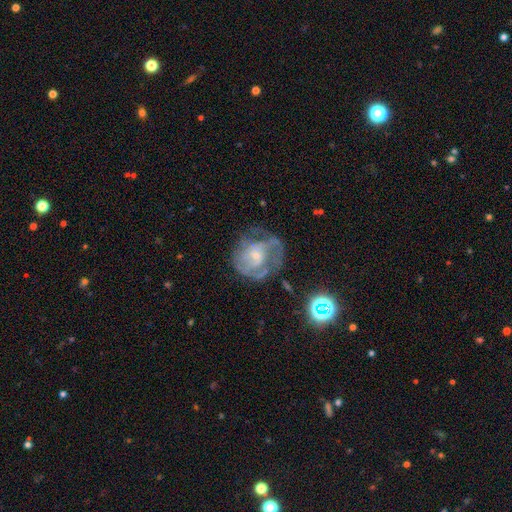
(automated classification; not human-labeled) A featured or disk galaxy (70%) with no bar (65%), spiral arms (70%) and a small central bulge (65%).

Vote fractions:
- Smooth or featured? featured or disk: 70% / smooth: 20% / star or artifact: 10%
- Edge-on disk? no: 98% / yes: 2%
- Bar? no: 65% / weak: 29% / strong: 6%
- Spiral arms? yes: 70% / no: 30%
- Bulge size? small: 65% / moderate: 24% / none: 7% / large: 2% / dominant: 1%
- Merging? none: 45% / major disturbance: 29% / minor disturbance: 22% / merger: 3%